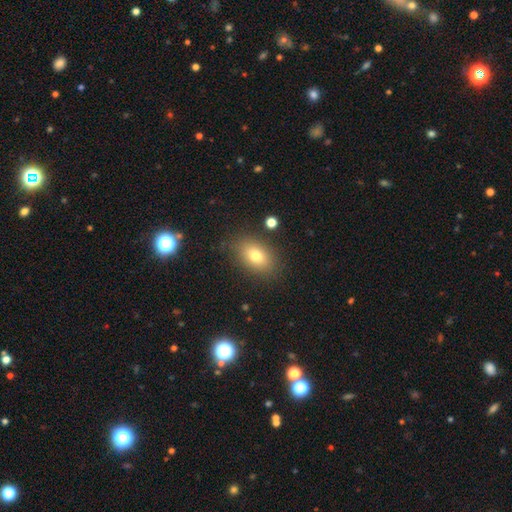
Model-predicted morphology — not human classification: A smooth galaxy with no disk features (76%) that is in between round and cigar-shaped (81%). Merging: none (83%).